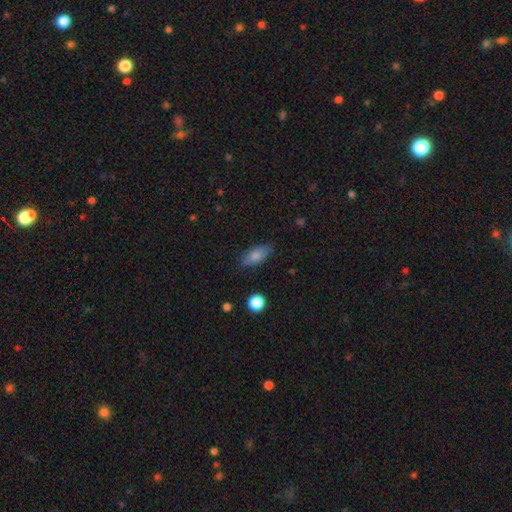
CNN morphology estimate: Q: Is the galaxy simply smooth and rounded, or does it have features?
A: smooth — 82%.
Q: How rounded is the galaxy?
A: in between — 79%.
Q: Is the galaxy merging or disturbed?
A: none — 81%.